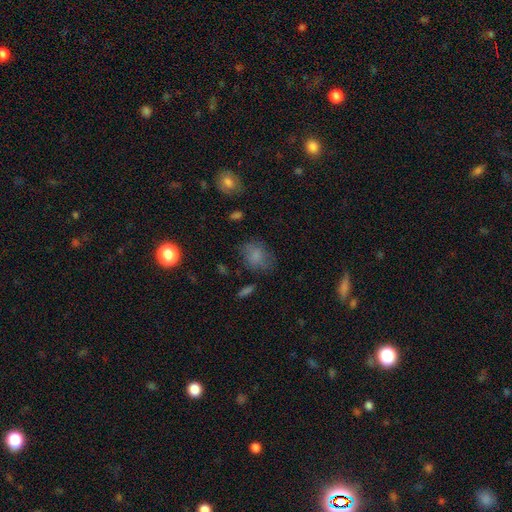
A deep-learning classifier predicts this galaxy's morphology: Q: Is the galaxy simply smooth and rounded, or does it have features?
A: smooth — 76%.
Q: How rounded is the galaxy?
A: in between — 56%.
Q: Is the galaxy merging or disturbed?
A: none — 64%.